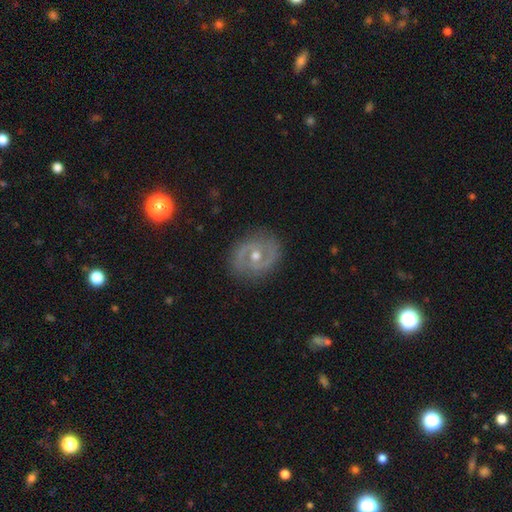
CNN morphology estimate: smooth_or_featured: featured or disk (p=0.83) [alt: smooth p=0.11]
disk_edge_on: no (p=0.97) [alt: yes p=0.03]
bar: no (p=0.43) [alt: weak p=0.42]
has_spiral_arms: yes (p=0.88) [alt: no p=0.12]
spiral_winding: medium (p=0.49) [alt: tight p=0.34]
spiral_arm_count: 2 (p=0.88) [alt: can't tell p=0.06]
bulge_size: moderate (p=0.63) [alt: small p=0.34]
merging: none (p=0.84) [alt: minor disturbance p=0.11]